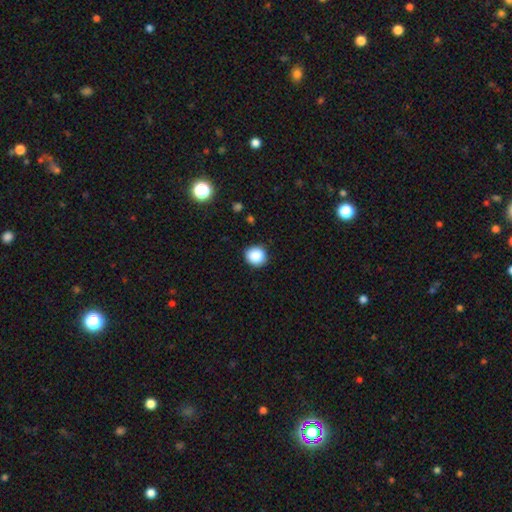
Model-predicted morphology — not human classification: Q: Smooth or featured?
A: smooth (87%); runner-up: star or artifact (9%)
Q: How rounded?
A: round (88%); runner-up: in between (11%)
Q: Merging?
A: none (90%); runner-up: minor disturbance (7%)